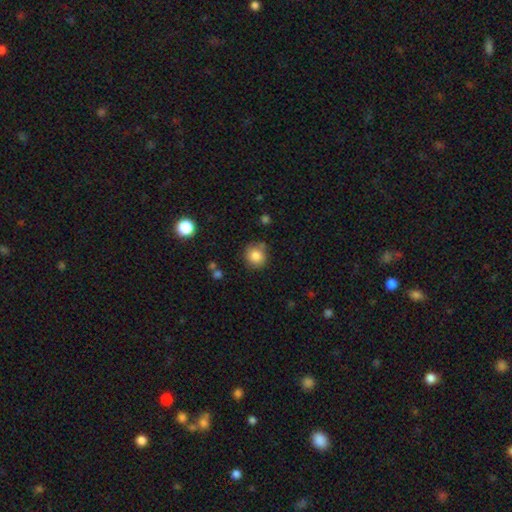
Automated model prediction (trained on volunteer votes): A smooth galaxy with no disk features (82%) that is round (88%). Merging: none (76%).